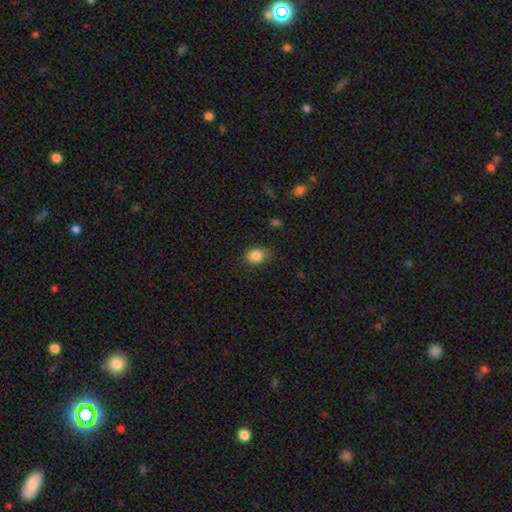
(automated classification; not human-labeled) Smooth or featured? Predicted: smooth (p=0.85). How rounded? Predicted: in between (p=0.62). Merging? Predicted: none (p=0.74).